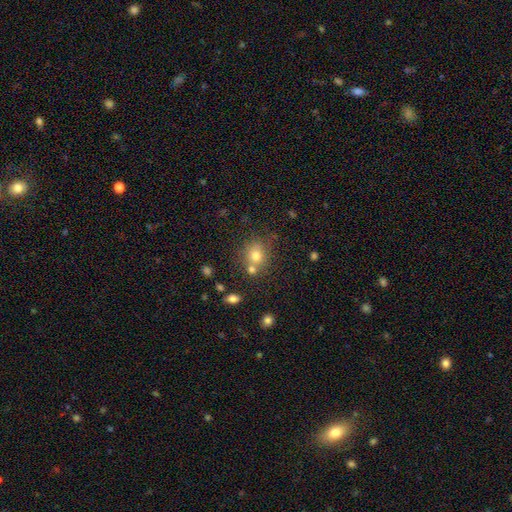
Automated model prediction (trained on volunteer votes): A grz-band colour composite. It shows a smooth galaxy with no disk features (75%) that is round (77%). Merging: none (58%).